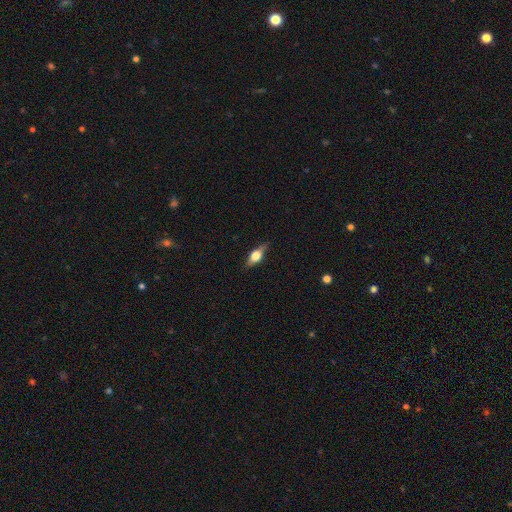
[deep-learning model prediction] smooth-or-featured: featured or disk: 48% | smooth: 44% | star or artifact: 8%
  merging: none: 80% | minor disturbance: 15% | major disturbance: 3% | merger: 1%